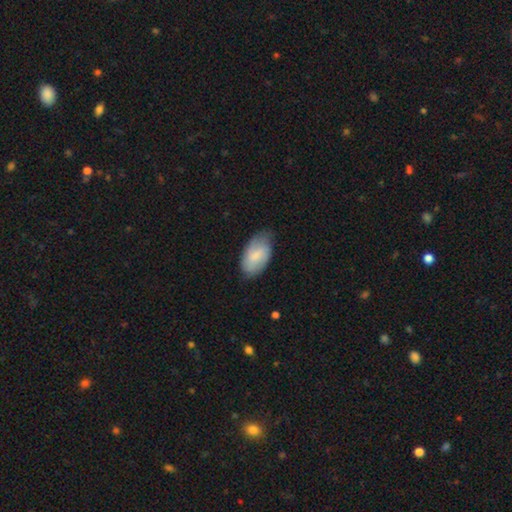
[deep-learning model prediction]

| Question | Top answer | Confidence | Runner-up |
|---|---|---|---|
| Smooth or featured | smooth | 70% | featured or disk (24%) |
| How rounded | in between | 94% | round (4%) |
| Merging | none | 65% | minor disturbance (28%) |